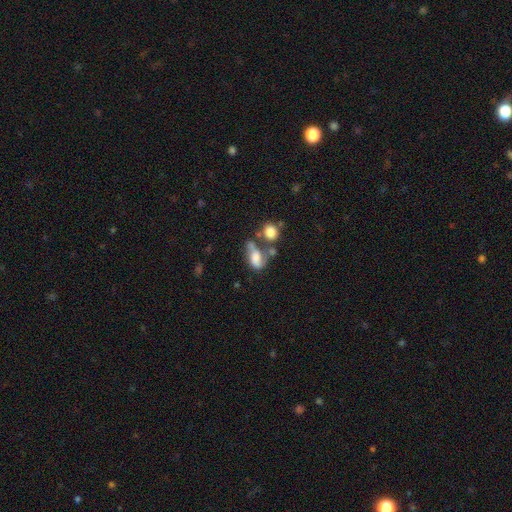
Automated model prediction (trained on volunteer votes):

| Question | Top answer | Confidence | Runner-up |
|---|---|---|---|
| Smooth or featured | smooth | 60% | featured or disk (28%) |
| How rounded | in between | 80% | round (16%) |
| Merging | merger | 36% | none (24%) |